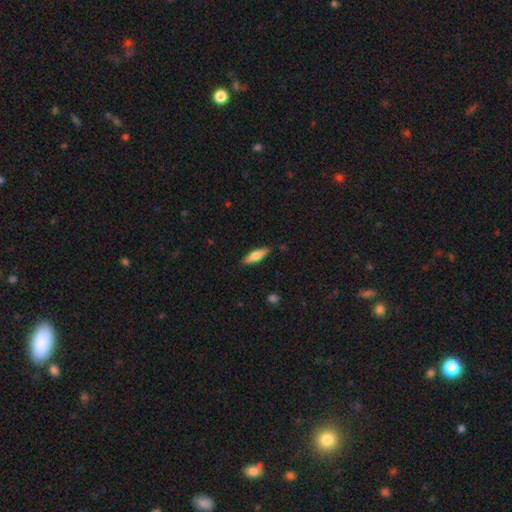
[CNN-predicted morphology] A smooth galaxy with no disk features (68%) that is cigar-shaped (57%).

Vote fractions:
- Smooth or featured? smooth: 68% / featured or disk: 26% / star or artifact: 6%
- How rounded? cigar-shaped: 57% / in between: 41% / round: 2%
- Merging? none: 87% / minor disturbance: 10% / major disturbance: 2% / merger: 1%